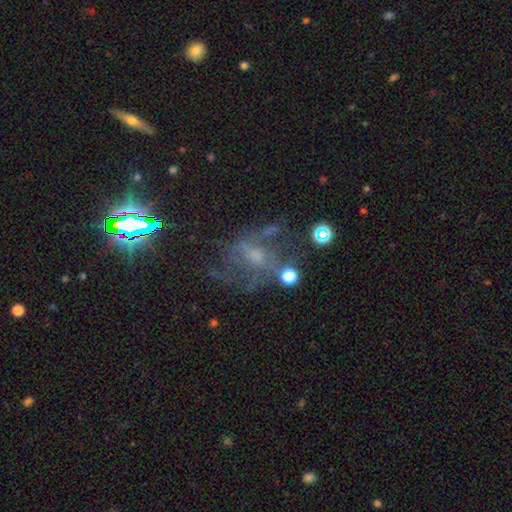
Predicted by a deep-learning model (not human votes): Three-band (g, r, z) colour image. It shows a featured or disk galaxy (55%) with no bar (56%), spiral arms (62%) and a small central bulge (37%). Merging: none (47%).